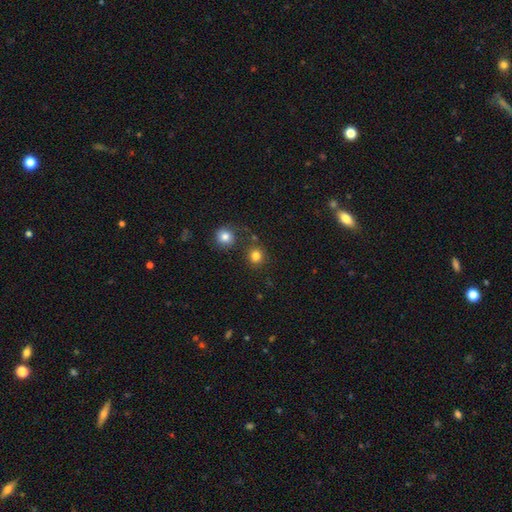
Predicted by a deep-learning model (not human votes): Q: Smooth or featured?
A: smooth (81%); runner-up: star or artifact (13%)
Q: How rounded?
A: round (88%); runner-up: in between (11%)
Q: Merging?
A: none (78%); runner-up: merger (10%)